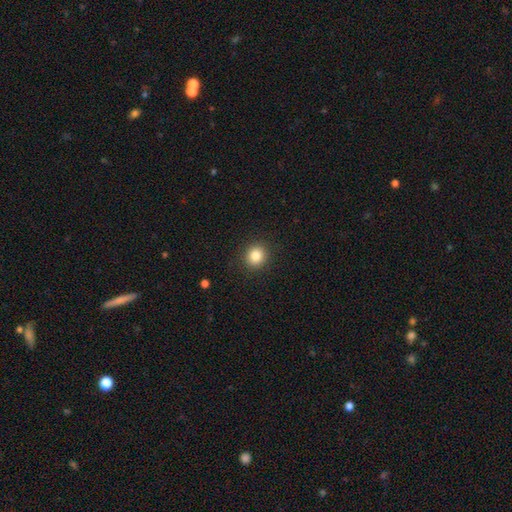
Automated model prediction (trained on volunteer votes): This appears to be a smooth galaxy with no disk features (84%) that is round (85%). Merging: none (90%).